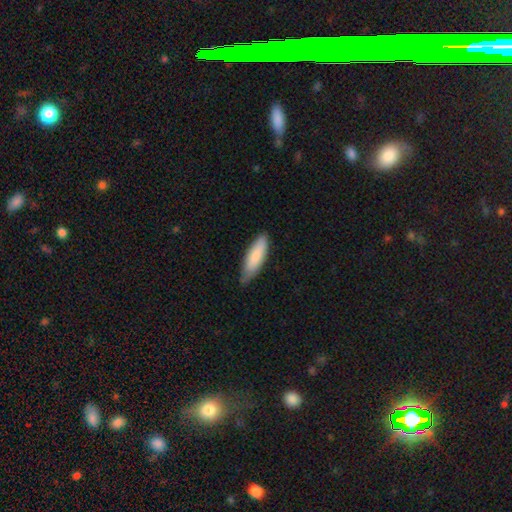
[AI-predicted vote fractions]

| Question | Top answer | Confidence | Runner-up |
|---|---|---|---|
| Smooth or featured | smooth | 83% | featured or disk (12%) |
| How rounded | cigar-shaped | 51% | in between (48%) |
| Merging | none | 73% | minor disturbance (23%) |